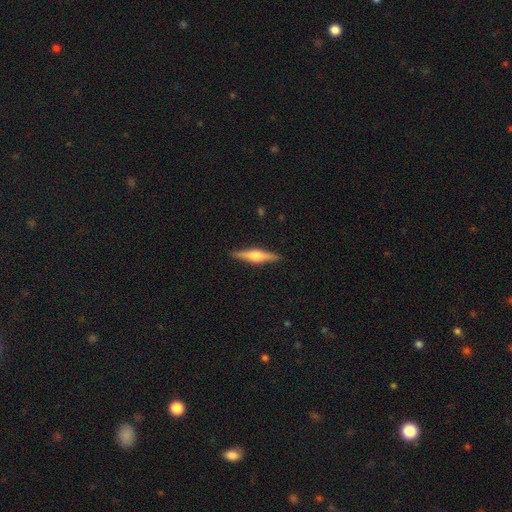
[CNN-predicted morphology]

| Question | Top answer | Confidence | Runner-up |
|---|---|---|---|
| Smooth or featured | featured or disk | 63% | smooth (31%) |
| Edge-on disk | yes | 97% | no (3%) |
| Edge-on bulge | rounded | 92% | boxy (5%) |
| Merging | none | 90% | minor disturbance (7%) |